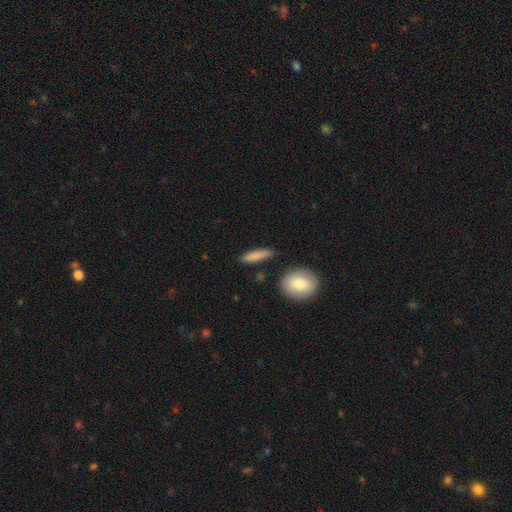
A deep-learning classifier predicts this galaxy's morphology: This appears to be a smooth galaxy with no disk features (84%) that is cigar-shaped (71%). Merging: none (82%).